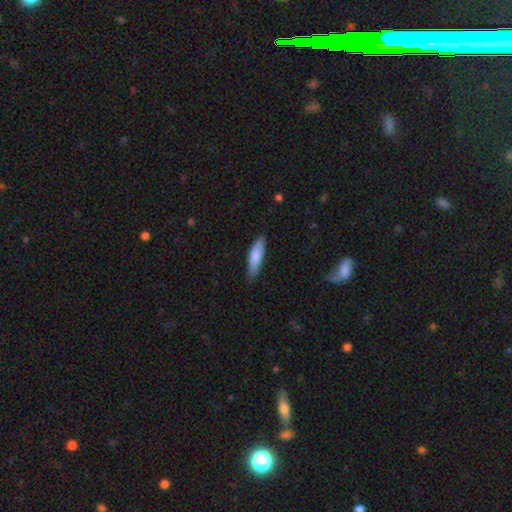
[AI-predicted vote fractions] This is clearly a smooth galaxy (81%). How rounded: likely cigar-shaped (62%). Merging: clearly none (84%).